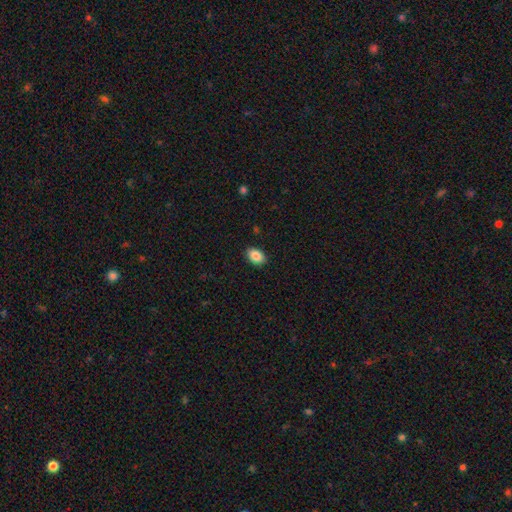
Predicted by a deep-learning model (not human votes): smooth-or-featured: smooth: 88% | star or artifact: 8% | featured or disk: 4%
  how-rounded: in between: 84% | round: 15% | cigar-shaped: 1%
  merging: none: 89% | minor disturbance: 8% | major disturbance: 2% | merger: 1%